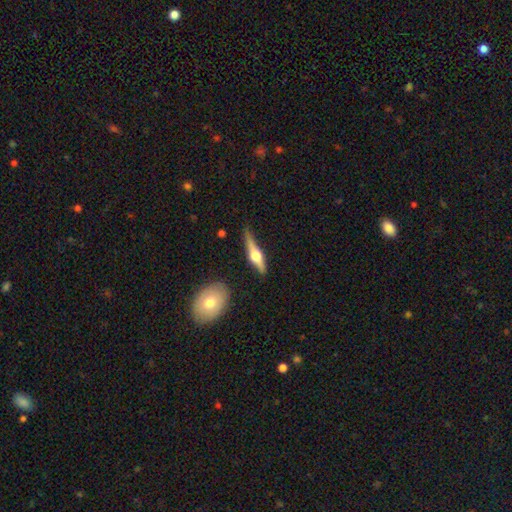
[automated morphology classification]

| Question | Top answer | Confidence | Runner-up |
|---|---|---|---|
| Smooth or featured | featured or disk | 69% | smooth (26%) |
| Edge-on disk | yes | 96% | no (4%) |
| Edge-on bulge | rounded | 95% | boxy (3%) |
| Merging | none | 74% | minor disturbance (18%) |